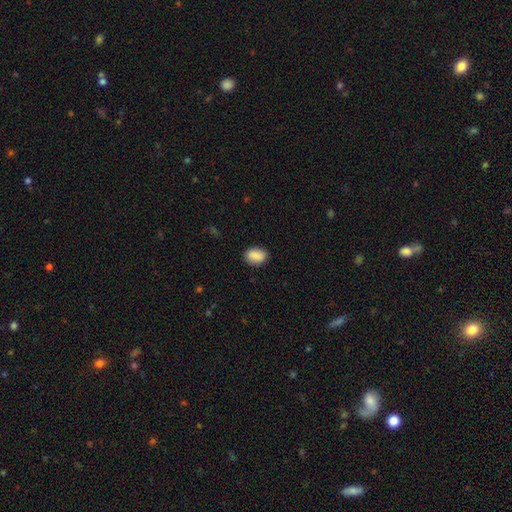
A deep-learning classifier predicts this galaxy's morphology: A smooth galaxy with no disk features (88%) that is in between round and cigar-shaped (82%). Merging: none (86%).